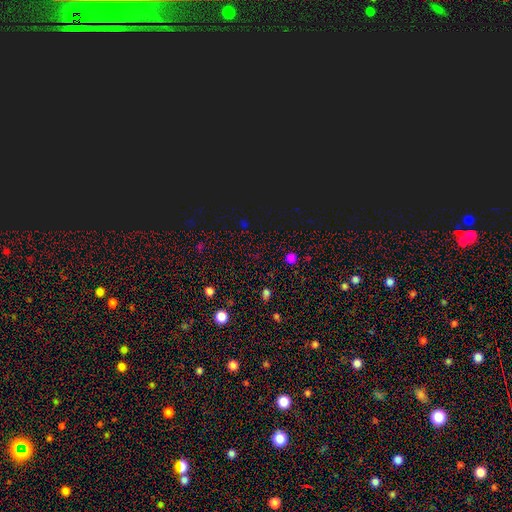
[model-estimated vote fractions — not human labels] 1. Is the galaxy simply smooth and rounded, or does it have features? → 60% star or artifact, 34% smooth, 6% featured or disk.